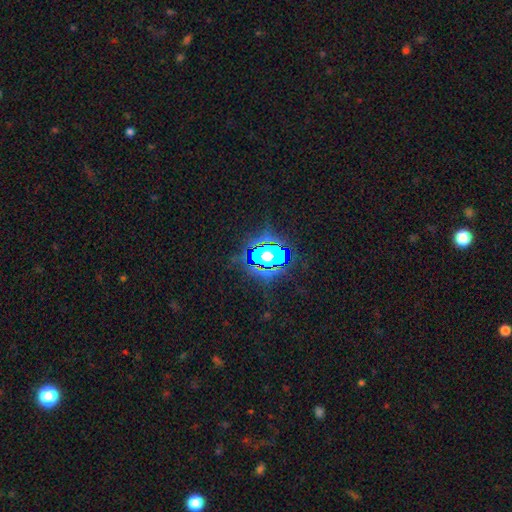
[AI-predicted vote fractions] Smooth or featured: star or artifact — 77% (smooth — 13%)